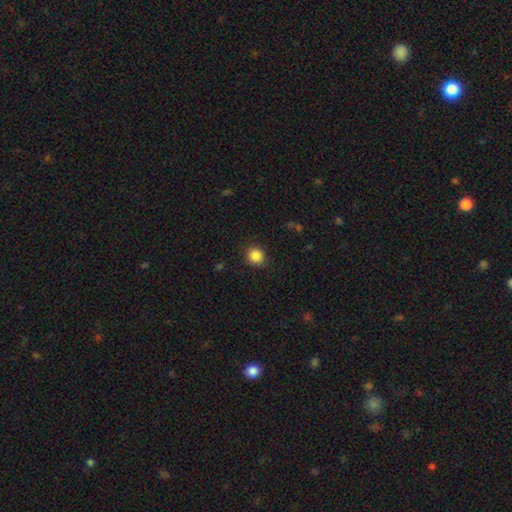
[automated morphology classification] Overall: smooth (86%). How rounded: round (88%). Merging: none (88%).